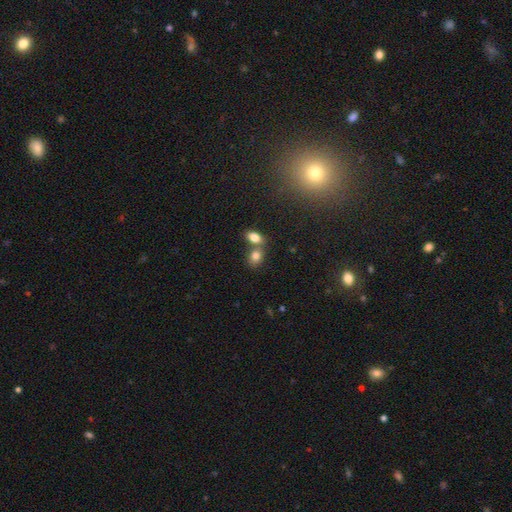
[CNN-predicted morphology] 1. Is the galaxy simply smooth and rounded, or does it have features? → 80% smooth, 10% star or artifact, 10% featured or disk.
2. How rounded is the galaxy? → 74% in between, 24% round, 2% cigar-shaped.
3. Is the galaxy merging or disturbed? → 46% merger, 42% none, 9% minor disturbance, 3% major disturbance.